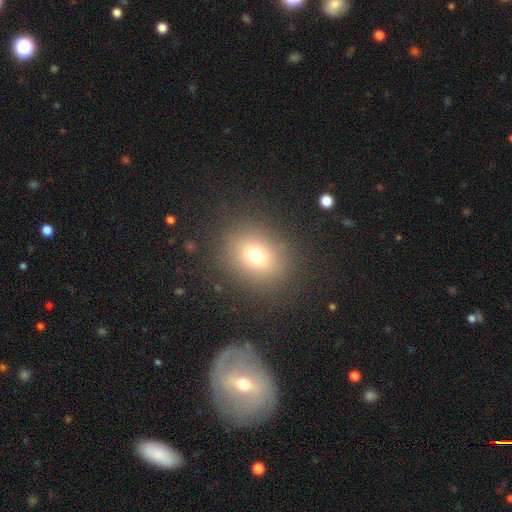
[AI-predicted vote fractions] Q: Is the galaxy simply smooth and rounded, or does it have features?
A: smooth — 73%.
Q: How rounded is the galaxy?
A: round — 64%.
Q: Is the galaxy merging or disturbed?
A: none — 86%.